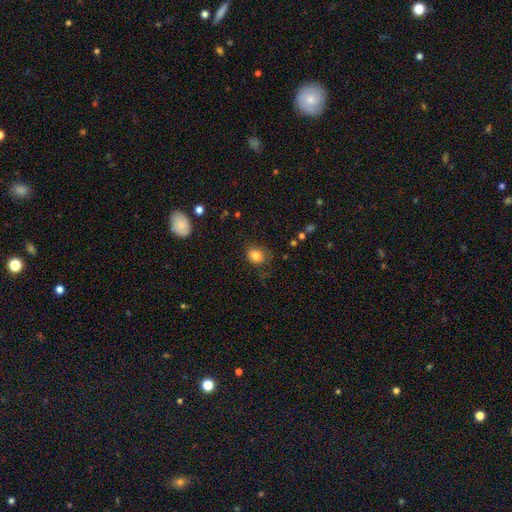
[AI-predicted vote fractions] smooth_or_featured: smooth (p=0.82) [alt: star or artifact p=0.11]
how_rounded: round (p=0.62) [alt: in between p=0.37]
merging: none (p=0.71) [alt: minor disturbance p=0.20]